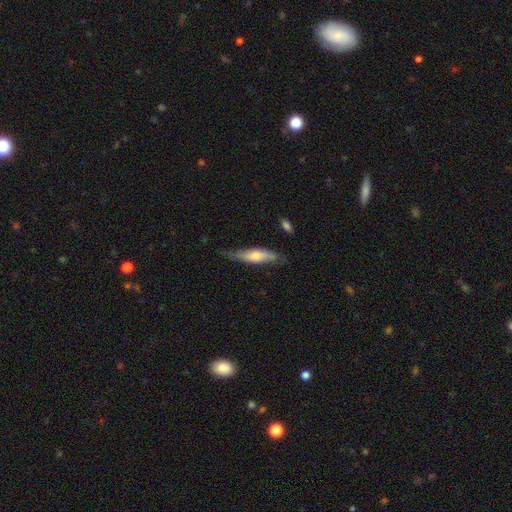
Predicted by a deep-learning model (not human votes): Smooth or featured? smooth (57%)
How rounded? cigar-shaped (69%)
Merging? none (59%)